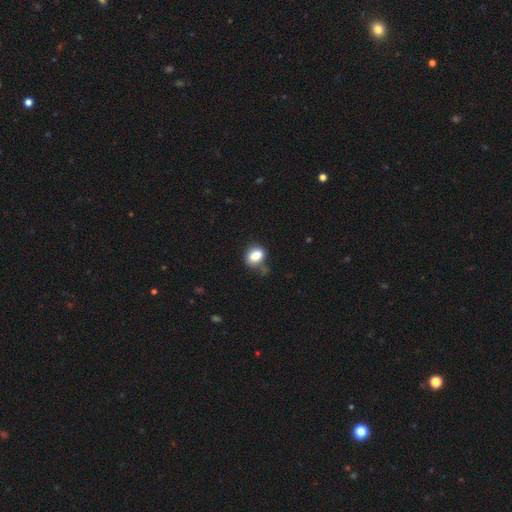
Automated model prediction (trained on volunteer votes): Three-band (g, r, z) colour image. It shows a smooth galaxy with no disk features (83%) that is in between round and cigar-shaped (63%). Merging: none (57%).